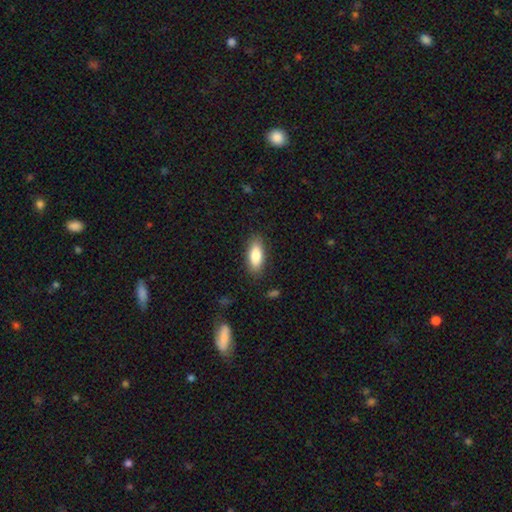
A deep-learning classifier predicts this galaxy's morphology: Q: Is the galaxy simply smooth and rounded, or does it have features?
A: smooth — 85%.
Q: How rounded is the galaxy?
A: in between — 81%.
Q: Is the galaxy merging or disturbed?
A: none — 86%.